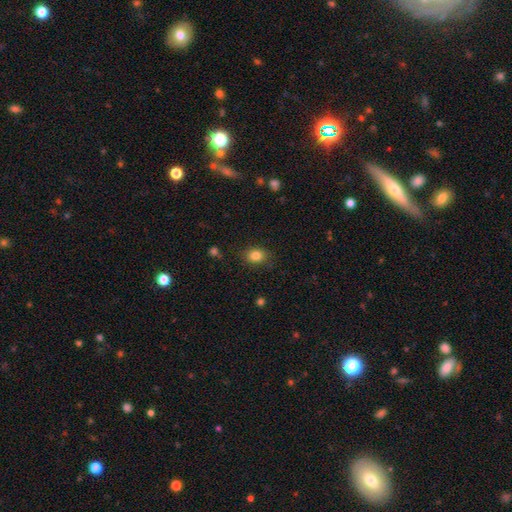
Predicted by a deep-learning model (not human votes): Smooth or featured? Predicted: smooth (p=0.83). How rounded? Predicted: in between (p=0.55). Merging? Predicted: none (p=0.82).